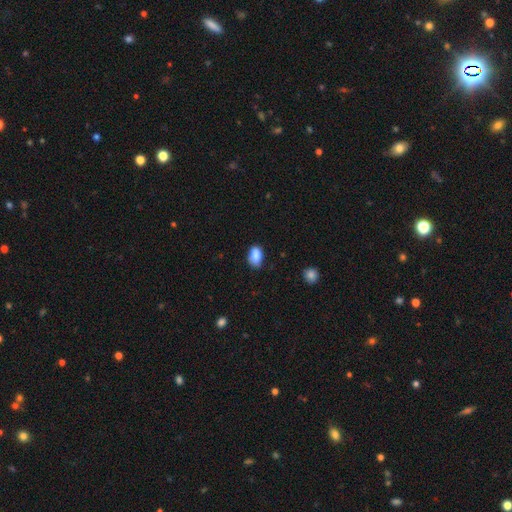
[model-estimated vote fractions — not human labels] smooth_or_featured: smooth (p=0.86) [alt: star or artifact p=0.08]
how_rounded: in between (p=0.90) [alt: round p=0.09]
merging: none (p=0.76) [alt: minor disturbance p=0.20]